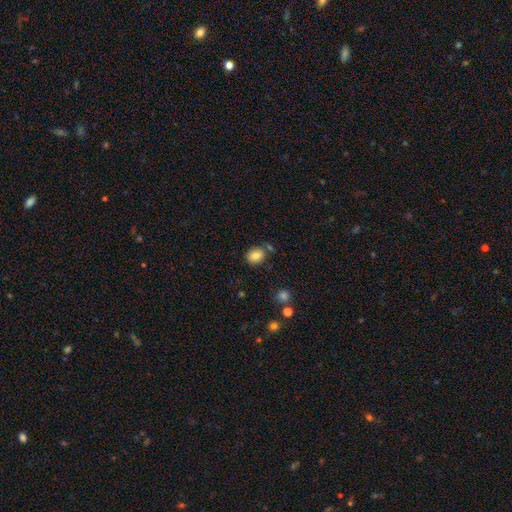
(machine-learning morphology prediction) smooth-or-featured: smooth: 83% | star or artifact: 10% | featured or disk: 7%
  how-rounded: round: 58% | in between: 41% | cigar-shaped: 1%
  merging: none: 72% | minor disturbance: 15% | merger: 9% | major disturbance: 4%